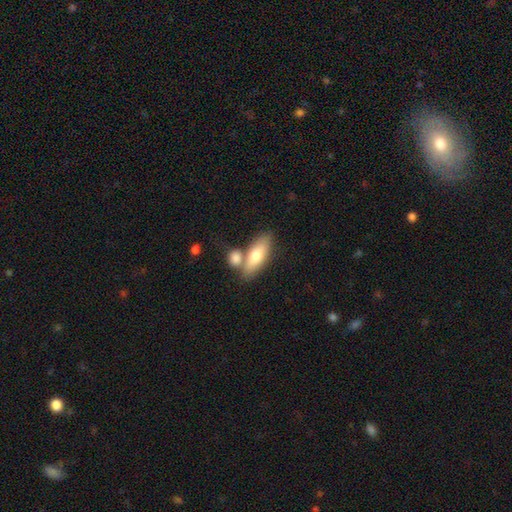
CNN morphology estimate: Q: Smooth or featured?
A: smooth (71%); runner-up: featured or disk (23%)
Q: How rounded?
A: in between (68%); runner-up: cigar-shaped (28%)
Q: Merging?
A: none (53%); runner-up: merger (32%)